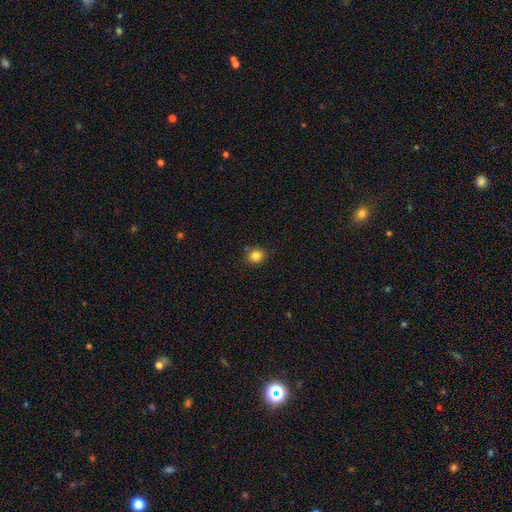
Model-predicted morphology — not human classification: Smooth or featured?
  - smooth: 84% *
  - star or artifact: 12%
  - featured or disk: 5%
How rounded?
  - round: 80% *
  - in between: 19%
  - cigar-shaped: 1%
Merging?
  - none: 83% *
  - minor disturbance: 11%
  - merger: 4%
  - major disturbance: 2%